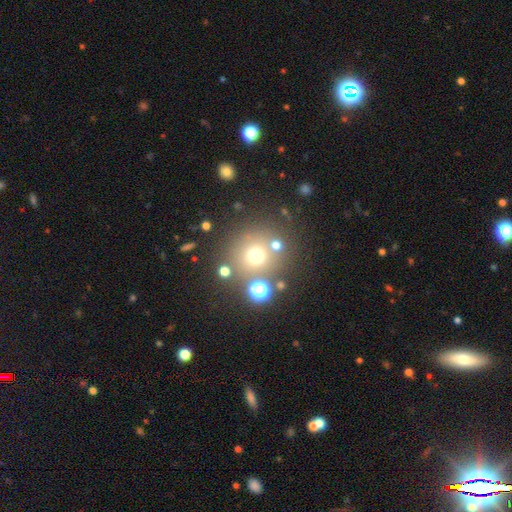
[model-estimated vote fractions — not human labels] Morphology: type=smooth (64%); roundness=round (90%); merging=none (74%).